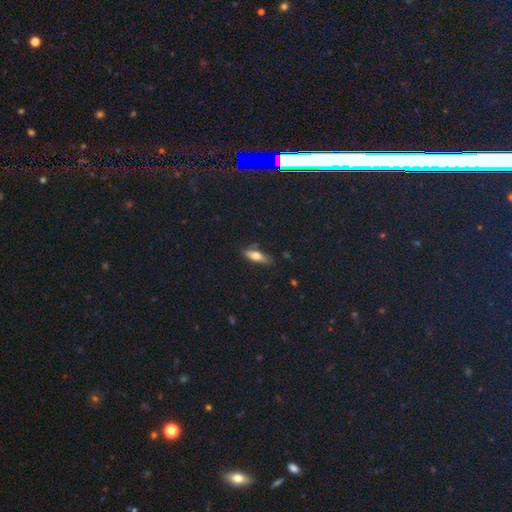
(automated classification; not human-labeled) smooth-or-featured: smooth: 66% | featured or disk: 25% | star or artifact: 9%
  how-rounded: in between: 58% | cigar-shaped: 38% | round: 4%
  merging: none: 77% | minor disturbance: 17% | major disturbance: 4% | merger: 2%